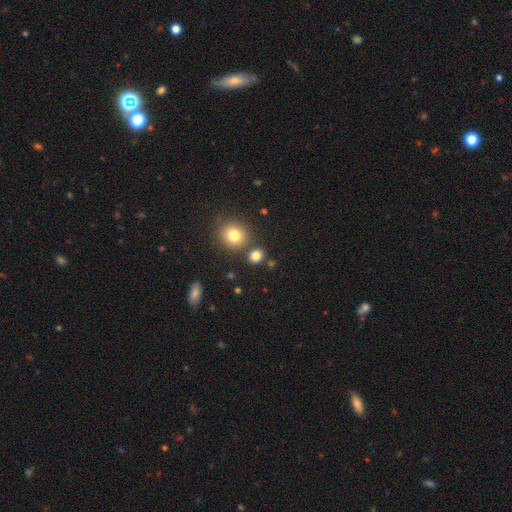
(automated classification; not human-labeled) Smooth or featured?
  - smooth: 81% *
  - star or artifact: 13%
  - featured or disk: 6%
How rounded?
  - round: 75% *
  - in between: 24%
  - cigar-shaped: 1%
Merging?
  - none: 78% *
  - merger: 10%
  - minor disturbance: 8%
  - major disturbance: 3%